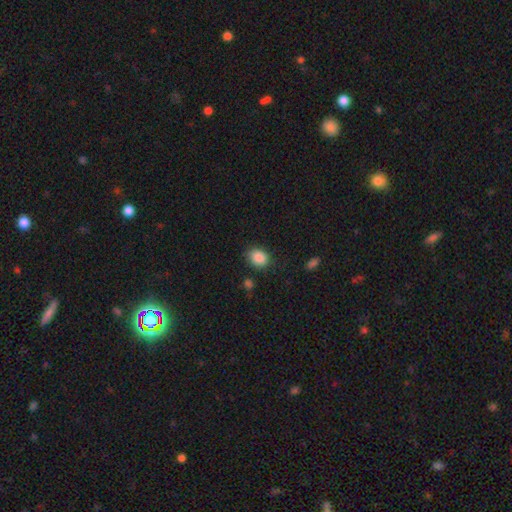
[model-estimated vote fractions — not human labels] The model was most divided on "how rounded": in between: 58%, round: 41%, cigar-shaped: 1%. More confident: smooth or featured — smooth (87%); merging — none (82%).